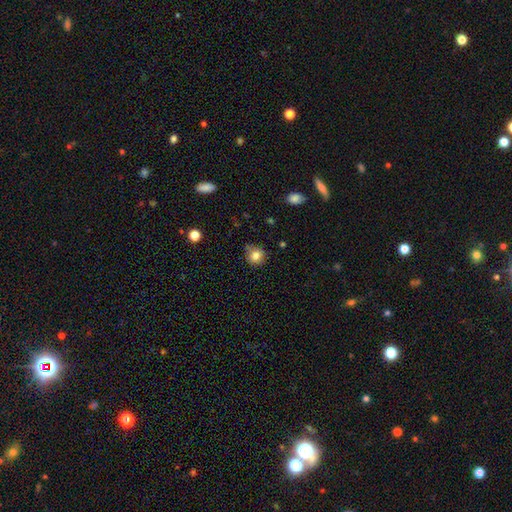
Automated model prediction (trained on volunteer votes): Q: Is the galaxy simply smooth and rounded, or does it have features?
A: smooth — 81%.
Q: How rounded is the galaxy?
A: round — 89%.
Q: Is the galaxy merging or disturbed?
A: none — 80%.